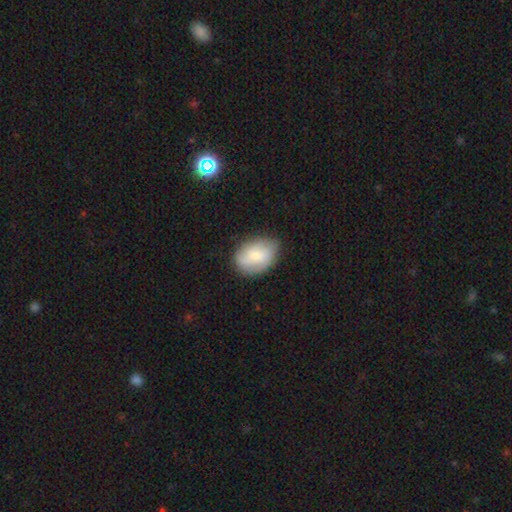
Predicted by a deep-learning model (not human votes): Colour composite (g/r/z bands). It shows a smooth galaxy with no disk features (64%) that is in between round and cigar-shaped (77%). Merging: none (74%).